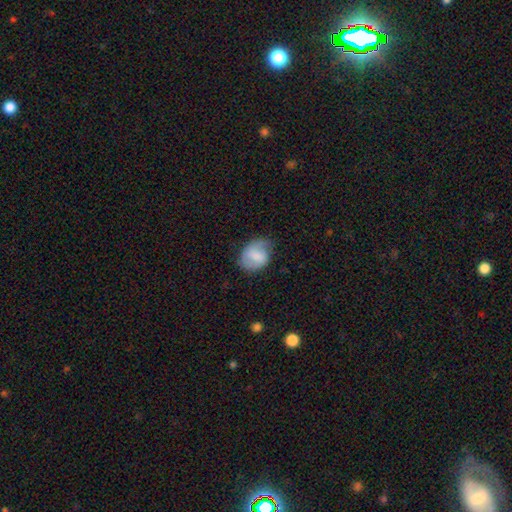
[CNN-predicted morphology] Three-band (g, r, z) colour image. It shows a smooth galaxy with no disk features (62%) that is in between round and cigar-shaped (52%). Merging: none (55%).